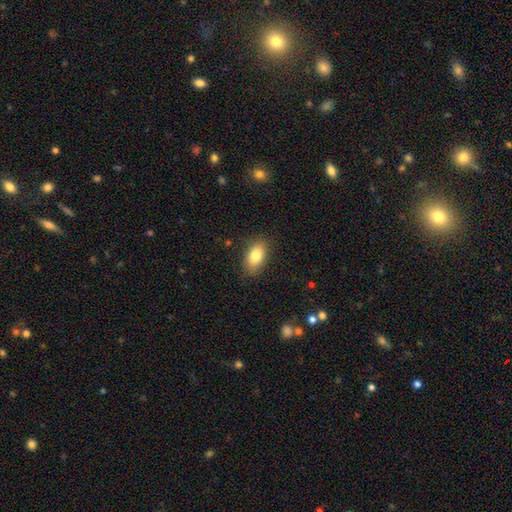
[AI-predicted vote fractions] Morphology: type=smooth (82%); roundness=in between (90%); merging=none (85%).